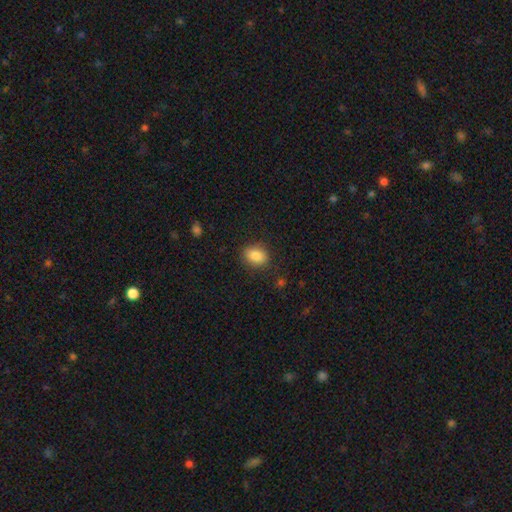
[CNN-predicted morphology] smooth_or_featured: smooth (p=0.86) [alt: star or artifact p=0.09]
how_rounded: in between (p=0.64) [alt: round p=0.35]
merging: none (p=0.86) [alt: minor disturbance p=0.10]